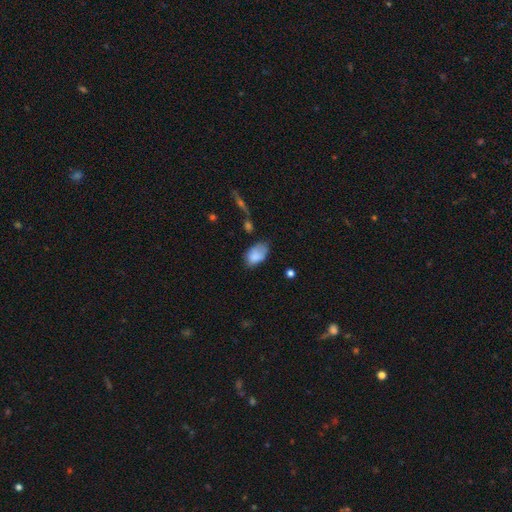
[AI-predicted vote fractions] smooth-or-featured: smooth: 80% | featured or disk: 12% | star or artifact: 8%
  how-rounded: in between: 90% | round: 9% | cigar-shaped: 1%
  merging: none: 46% | minor disturbance: 35% | major disturbance: 12% | merger: 6%